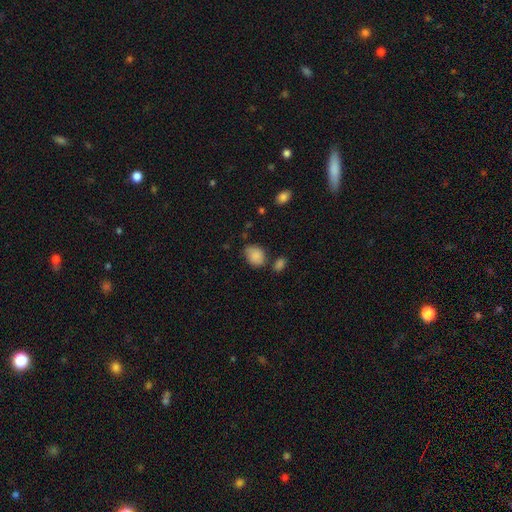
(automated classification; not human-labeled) Q: Smooth or featured?
A: smooth (86%); runner-up: star or artifact (8%)
Q: How rounded?
A: in between (66%); runner-up: round (33%)
Q: Merging?
A: none (59%); runner-up: minor disturbance (25%)